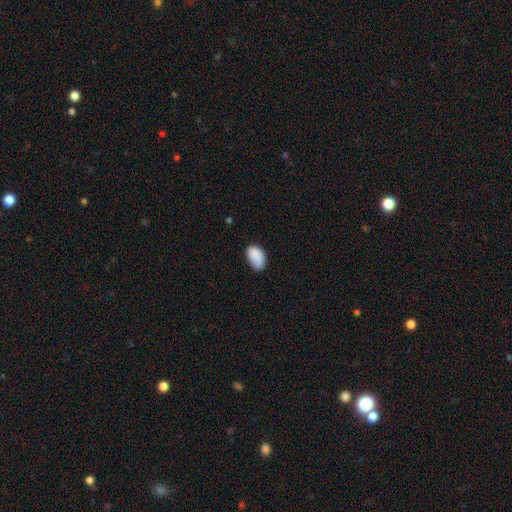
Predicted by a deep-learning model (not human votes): Smooth or featured? smooth (86%)
How rounded? in between (91%)
Merging? none (61%)